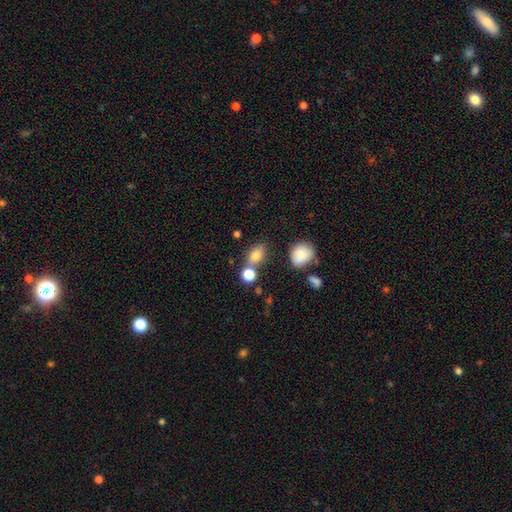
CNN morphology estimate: A smooth galaxy with no disk features (78%) that is in between round and cigar-shaped (65%).

Vote fractions:
- Smooth or featured? smooth: 78% / star or artifact: 13% / featured or disk: 10%
- How rounded? in between: 65% / round: 32% / cigar-shaped: 3%
- Merging? none: 63% / merger: 19% / minor disturbance: 13% / major disturbance: 5%